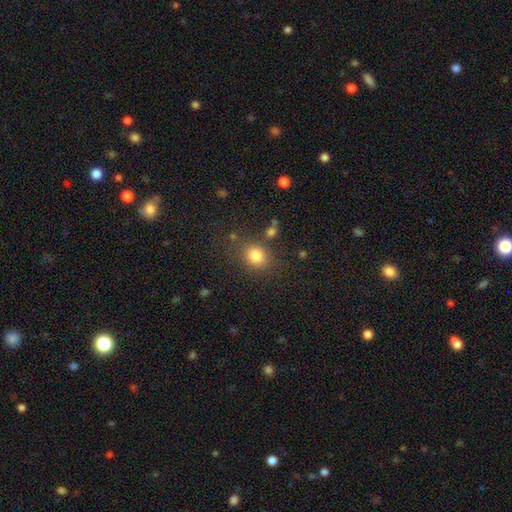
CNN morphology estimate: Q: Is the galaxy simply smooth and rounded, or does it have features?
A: smooth — 81%.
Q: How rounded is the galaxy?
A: round — 67%.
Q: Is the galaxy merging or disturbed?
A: none — 76%.